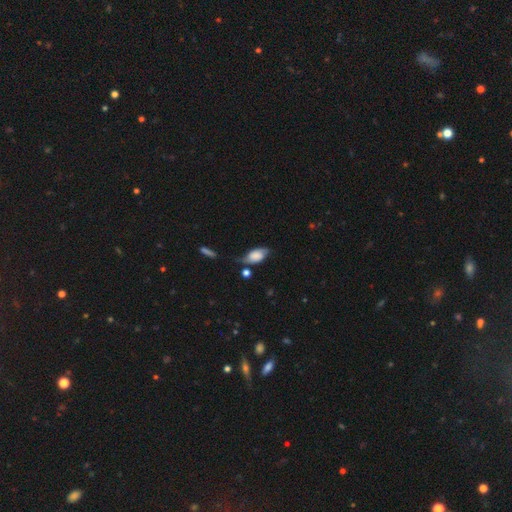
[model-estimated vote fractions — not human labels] Smooth or featured: smooth — 64% (featured or disk — 28%)
How rounded: in between — 90% (round — 5%)
Merging: none — 43% (minor disturbance — 34%)